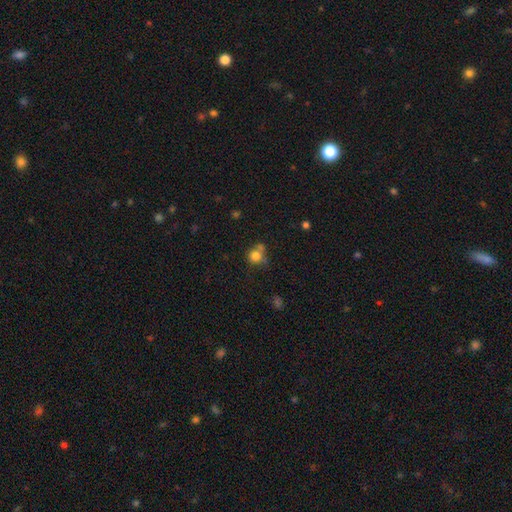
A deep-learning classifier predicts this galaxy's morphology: Q: Smooth or featured?
A: smooth (79%); runner-up: star or artifact (12%)
Q: How rounded?
A: round (84%); runner-up: in between (15%)
Q: Merging?
A: none (50%); runner-up: merger (25%)